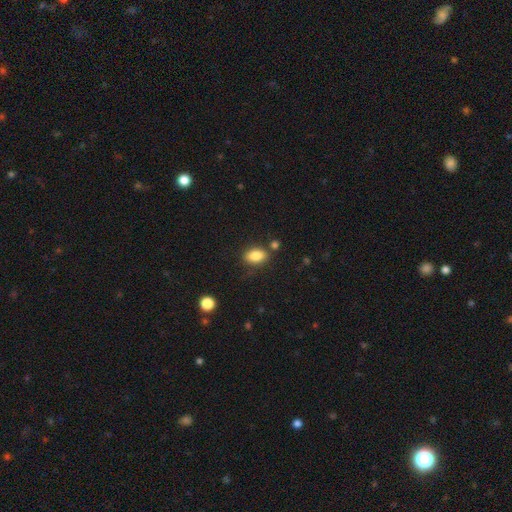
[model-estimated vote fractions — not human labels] Smooth or featured?
  - smooth: 85% *
  - star or artifact: 8%
  - featured or disk: 7%
How rounded?
  - in between: 87% *
  - round: 11%
  - cigar-shaped: 2%
Merging?
  - none: 75% *
  - minor disturbance: 13%
  - merger: 8%
  - major disturbance: 4%